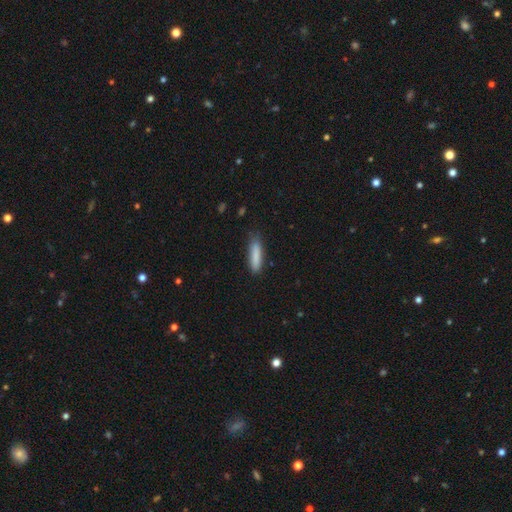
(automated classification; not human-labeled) This is clearly a smooth galaxy (86%). How rounded: likely cigar-shaped (78%). Merging: likely none (80%).